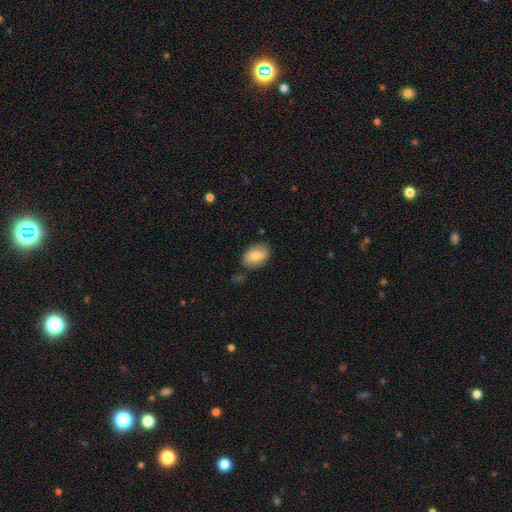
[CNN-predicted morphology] Smooth or featured? Predicted: smooth (p=0.75). How rounded? Predicted: in between (p=0.87). Merging? Predicted: none (p=0.79).